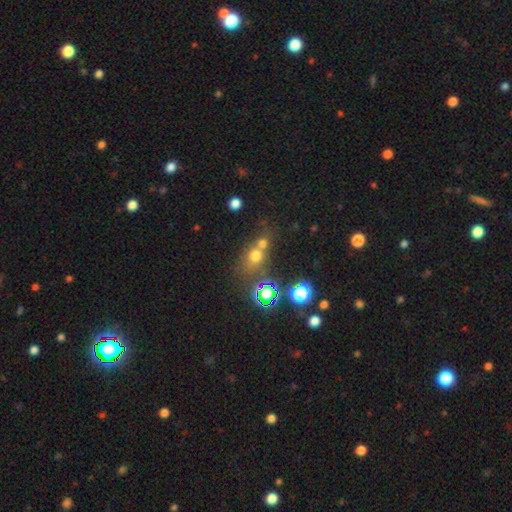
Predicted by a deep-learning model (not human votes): smooth_or_featured: smooth (p=0.62) [alt: star or artifact p=0.25]
how_rounded: round (p=0.71) [alt: in between p=0.27]
merging: none (p=0.43) [alt: merger p=0.42]